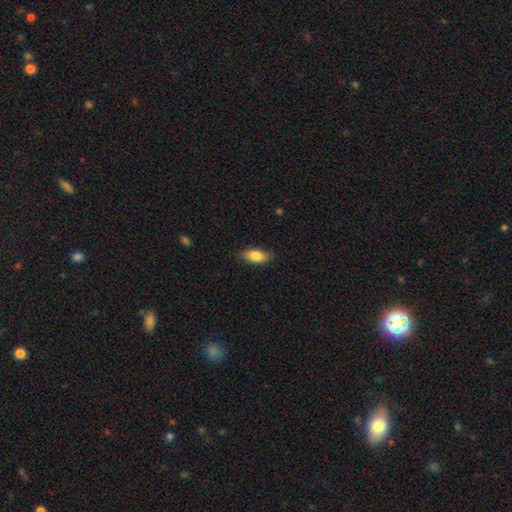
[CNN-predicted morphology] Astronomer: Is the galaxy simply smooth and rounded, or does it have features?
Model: smooth — 83%.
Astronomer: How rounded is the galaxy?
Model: in between — 88%.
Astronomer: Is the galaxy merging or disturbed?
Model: none — 84%.